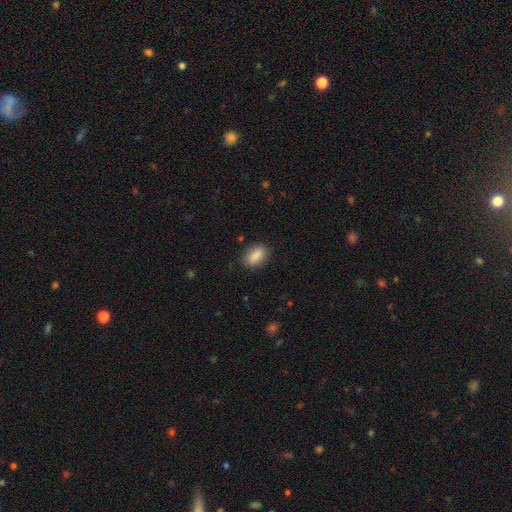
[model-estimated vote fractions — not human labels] smooth_or_featured: smooth (p=0.87) [alt: star or artifact p=0.07]
how_rounded: in between (p=0.87) [alt: round p=0.09]
merging: none (p=0.84) [alt: minor disturbance p=0.12]